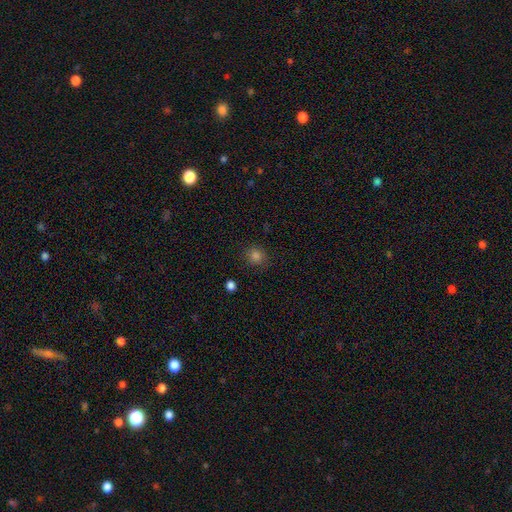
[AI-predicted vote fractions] This is clearly a smooth galaxy (80%). How rounded: clearly round (87%). Merging: clearly none (89%).